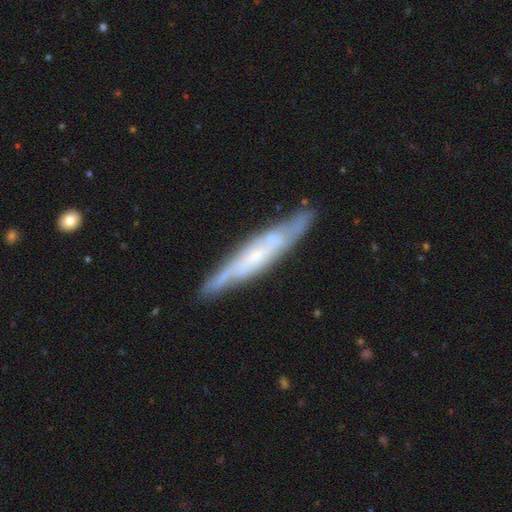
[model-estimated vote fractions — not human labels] The model was most divided on "edge-on bulge": none: 52%, rounded: 35%, boxy: 13%. More confident: merging — none (80%); edge-on disk — yes (72%); smooth or featured — featured or disk (70%).